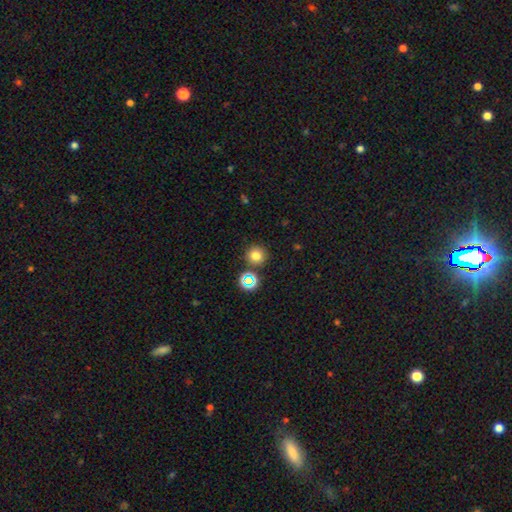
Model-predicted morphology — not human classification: smooth-or-featured: smooth: 73% | star or artifact: 19% | featured or disk: 7%
  how-rounded: round: 92% | in between: 7% | cigar-shaped: 1%
  merging: none: 82% | merger: 8% | minor disturbance: 7% | major disturbance: 3%